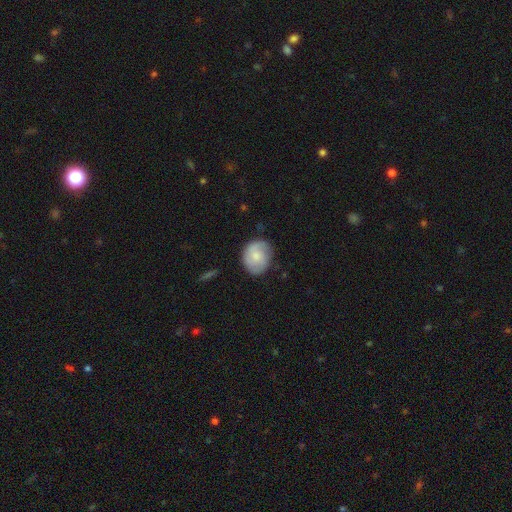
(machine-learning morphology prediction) Smooth or featured? Predicted: smooth (p=0.61). How rounded? Predicted: round (p=0.63). Merging? Predicted: none (p=0.75).